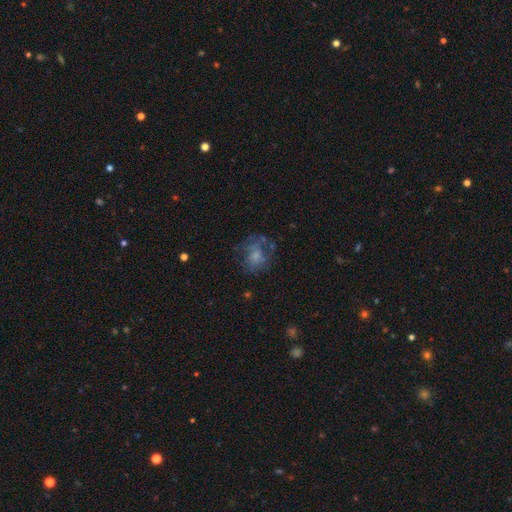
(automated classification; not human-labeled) Smooth or featured? featured or disk (47%)
Merging? none (53%)